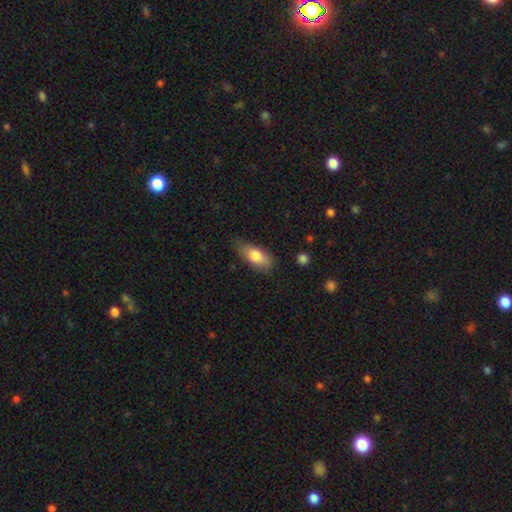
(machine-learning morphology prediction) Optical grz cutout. It shows a smooth galaxy with no disk features (78%) that is in between round and cigar-shaped (82%). Merging: none (67%).